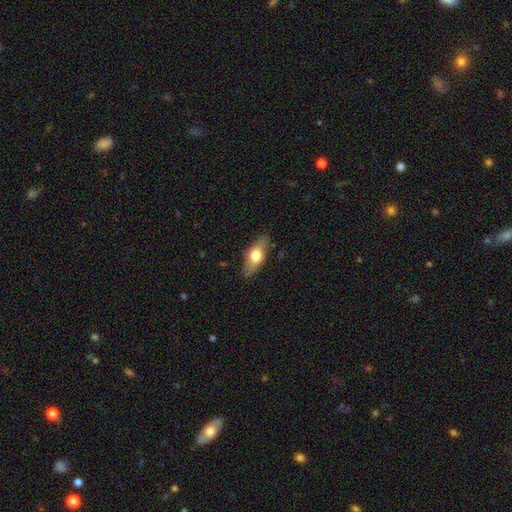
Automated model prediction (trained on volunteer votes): Smooth or featured? Predicted: smooth (p=0.63). How rounded? Predicted: in between (p=0.75). Merging? Predicted: none (p=0.83).